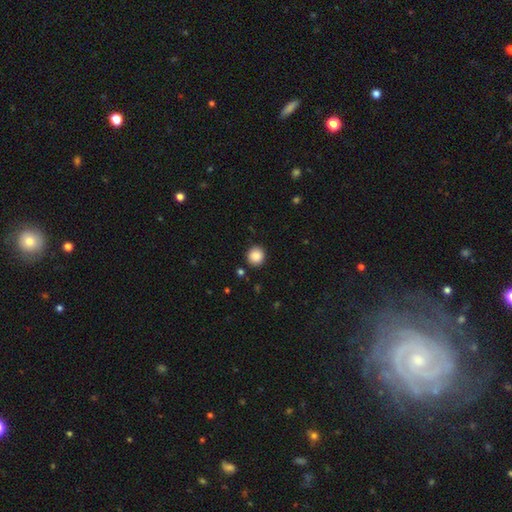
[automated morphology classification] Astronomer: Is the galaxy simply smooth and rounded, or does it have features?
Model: smooth — 87%.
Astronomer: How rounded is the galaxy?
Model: round — 91%.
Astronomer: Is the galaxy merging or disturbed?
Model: none — 91%.